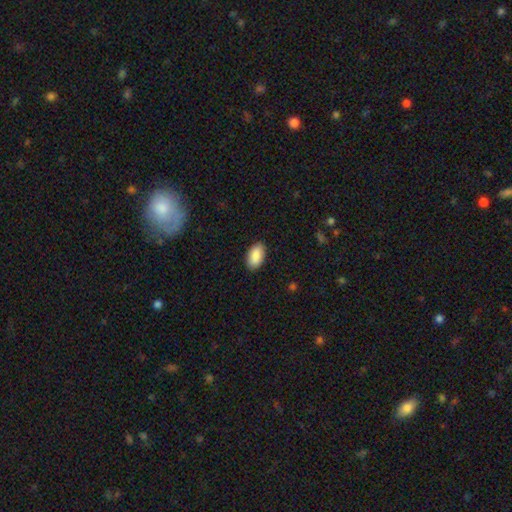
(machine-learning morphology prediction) smooth-or-featured: smooth: 90% | star or artifact: 6% | featured or disk: 4%
  how-rounded: in between: 95% | round: 3% | cigar-shaped: 2%
  merging: none: 89% | minor disturbance: 8% | major disturbance: 2% | merger: 1%